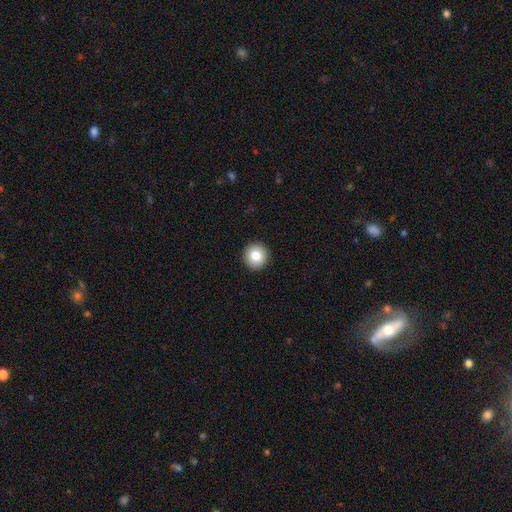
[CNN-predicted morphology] smooth-or-featured: smooth: 83% | star or artifact: 9% | featured or disk: 8%
  how-rounded: round: 95% | in between: 4% | cigar-shaped: 1%
  merging: none: 94% | minor disturbance: 4% | major disturbance: 1% | merger: 1%